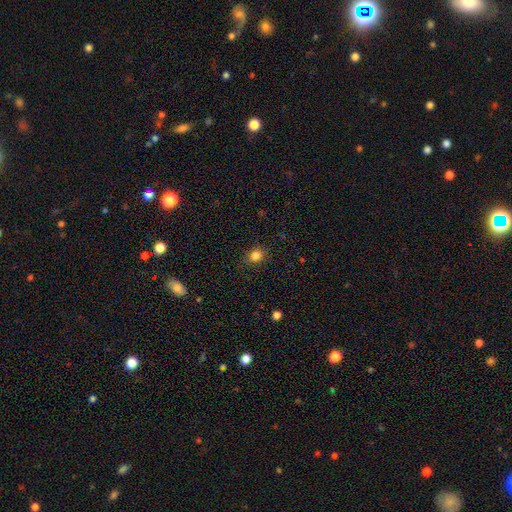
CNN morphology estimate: A smooth galaxy with no disk features (83%) that is round (50%).

Vote fractions:
- Smooth or featured? smooth: 83% / star or artifact: 12% / featured or disk: 5%
- How rounded? round: 50% / in between: 49% / cigar-shaped: 1%
- Merging? none: 83% / minor disturbance: 12% / major disturbance: 3% / merger: 1%